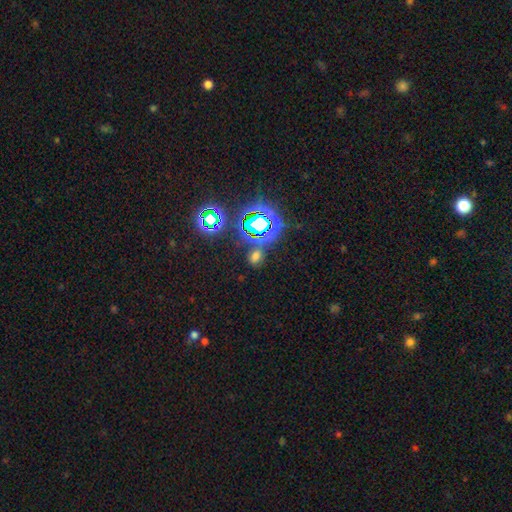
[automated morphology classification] Smooth or featured?
  - smooth: 46% * (tied)
  - star or artifact: 46% * (tied)
  - featured or disk: 8%
Merging?
  - none: 73% *
  - minor disturbance: 12%
  - merger: 9%
  - major disturbance: 5%